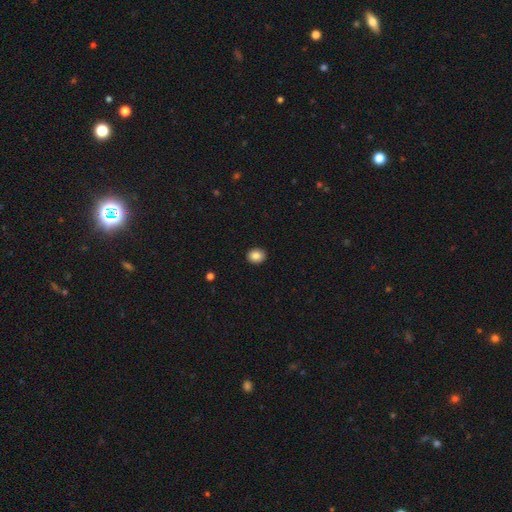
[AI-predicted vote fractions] Overall: smooth (86%). How rounded: round (64%; in between 35%). Merging: none (92%).